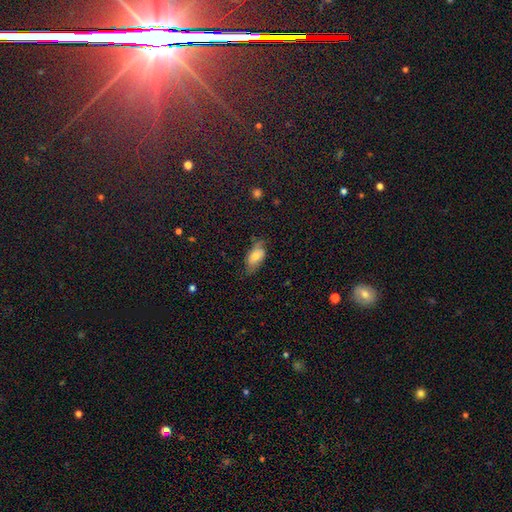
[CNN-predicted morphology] Smooth or featured: smooth — 62% (featured or disk — 29%)
How rounded: in between — 90% (cigar-shaped — 5%)
Merging: none — 56% (minor disturbance — 30%)